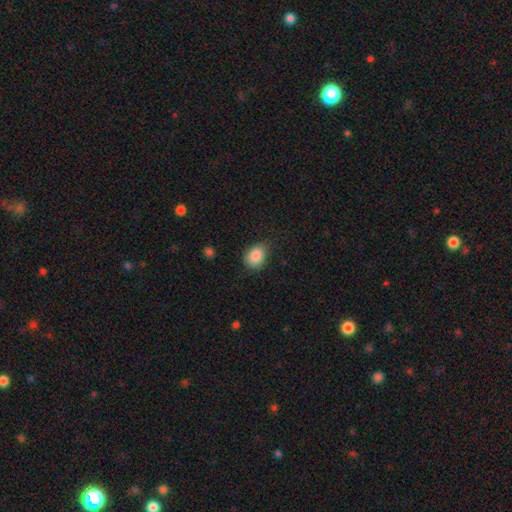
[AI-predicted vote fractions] This is clearly a smooth galaxy (86%). How rounded: likely in between (61%). Merging: likely none (62%).